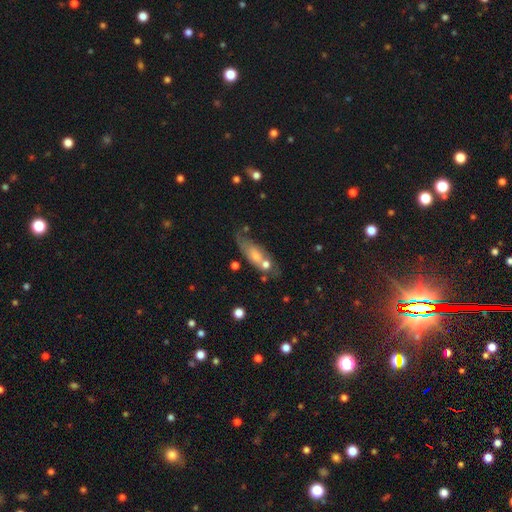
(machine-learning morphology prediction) Q: Smooth or featured?
A: smooth (51%); runner-up: featured or disk (37%)
Q: How rounded?
A: in between (53%); runner-up: cigar-shaped (42%)
Q: Merging?
A: none (52%); runner-up: minor disturbance (22%)